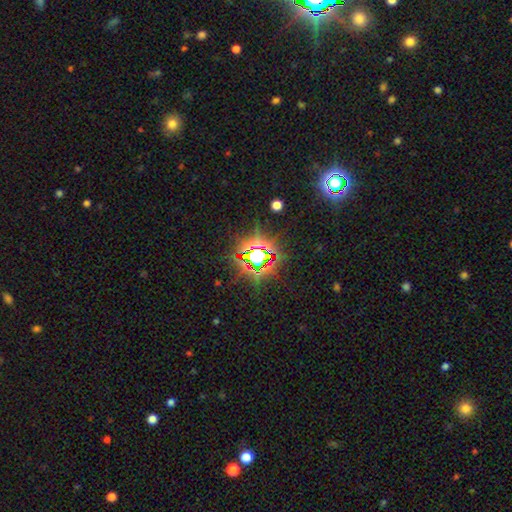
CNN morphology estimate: Q: Smooth or featured?
A: star or artifact (80%); runner-up: smooth (11%)